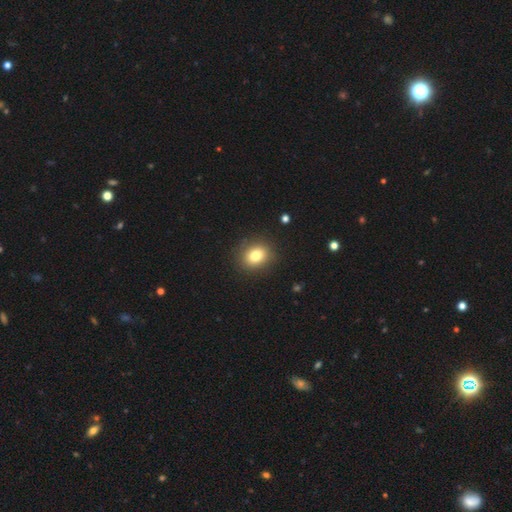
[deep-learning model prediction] Smooth or featured?
  - smooth: 80% *
  - star or artifact: 11%
  - featured or disk: 9%
How rounded?
  - round: 56% *
  - in between: 43%
  - cigar-shaped: 1%
Merging?
  - none: 88% *
  - minor disturbance: 8%
  - major disturbance: 3%
  - merger: 1%